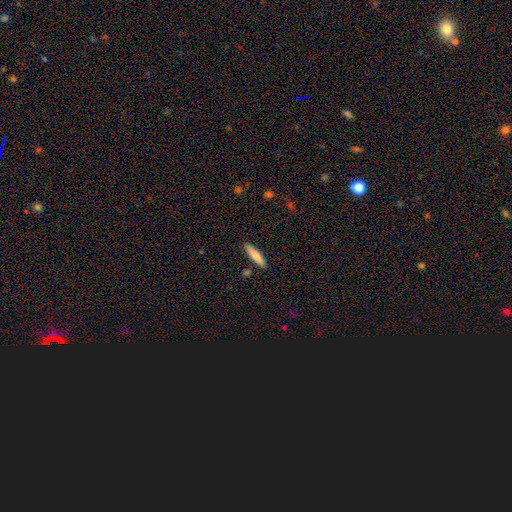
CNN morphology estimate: A smooth galaxy with no disk features (79%) that is cigar-shaped (80%).

Vote fractions:
- Smooth or featured? smooth: 79% / featured or disk: 15% / star or artifact: 6%
- How rounded? cigar-shaped: 80% / in between: 18% / round: 2%
- Merging? none: 87% / minor disturbance: 8% / merger: 3% / major disturbance: 2%